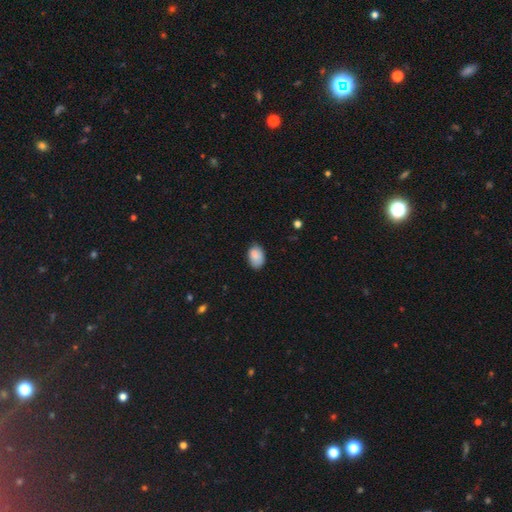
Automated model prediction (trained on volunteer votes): This is clearly a smooth galaxy (84%). How rounded: clearly in between (86%). Merging: likely none (67%).